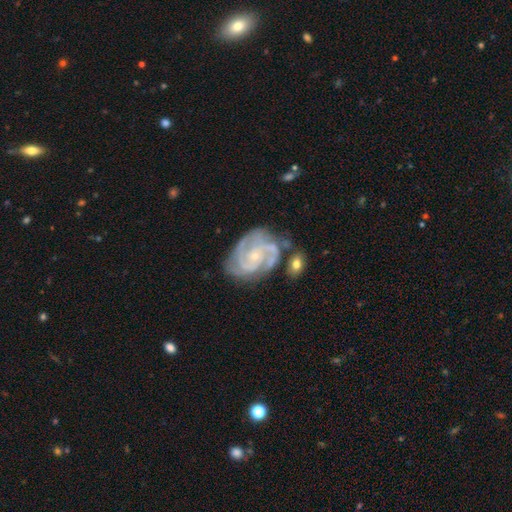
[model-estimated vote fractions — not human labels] Q: Smooth or featured?
A: featured or disk (89%); runner-up: smooth (6%)
Q: Edge-on disk?
A: no (98%); runner-up: yes (2%)
Q: Bar?
A: no (69%); runner-up: weak (25%)
Q: Spiral arms?
A: yes (97%); runner-up: no (3%)
Q: Spiral winding?
A: tight (58%); runner-up: medium (36%)
Q: Spiral arm count?
A: 3 (40%); runner-up: 2 (23%)
Q: Bulge size?
A: small (77%); runner-up: moderate (19%)
Q: Merging?
A: none (61%); runner-up: minor disturbance (22%)